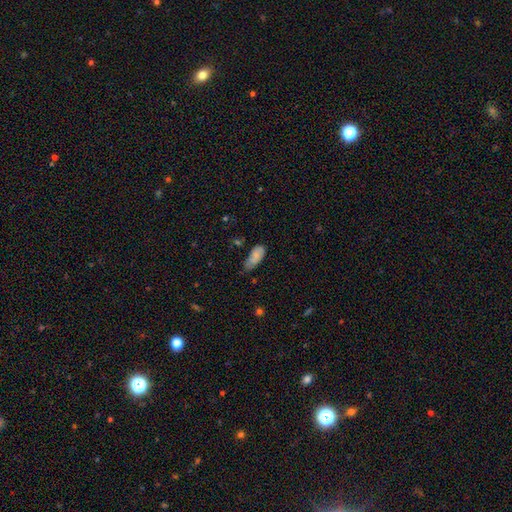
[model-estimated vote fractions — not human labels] Morphology: type=smooth (81%); roundness=in between (84%); merging=none (44%).